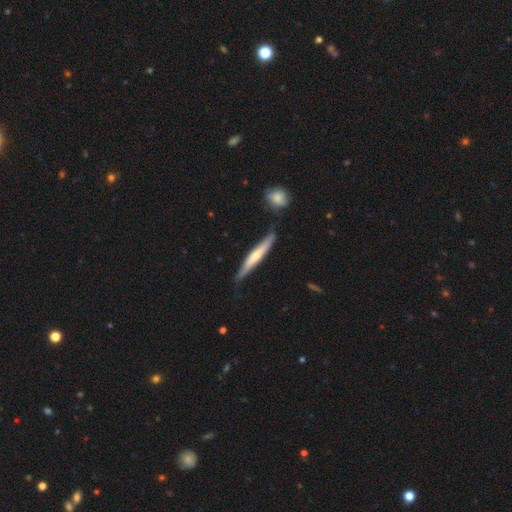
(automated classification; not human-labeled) The model was most divided on "smooth or featured": featured or disk: 49%, smooth: 46%, star or artifact: 5%. More confident: merging — none (75%).